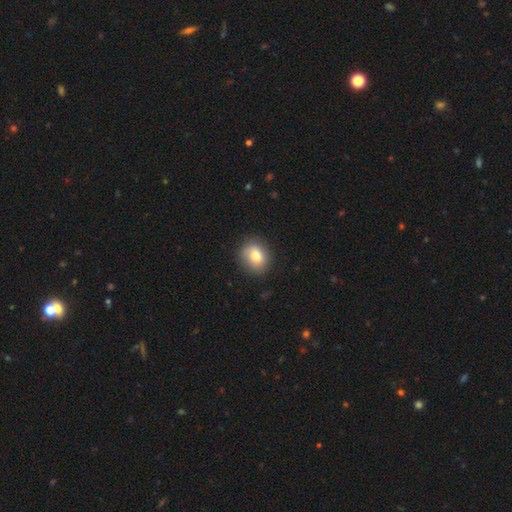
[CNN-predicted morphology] Smooth or featured?
  - smooth: 79% *
  - featured or disk: 11%
  - star or artifact: 9%
How rounded?
  - round: 66% *
  - in between: 33%
  - cigar-shaped: 1%
Merging?
  - none: 85% *
  - minor disturbance: 11%
  - major disturbance: 3%
  - merger: 1%